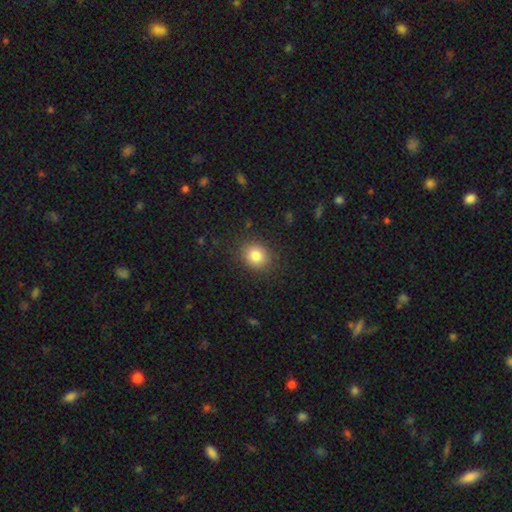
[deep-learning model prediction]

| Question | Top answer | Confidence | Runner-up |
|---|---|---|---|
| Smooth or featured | smooth | 83% | star or artifact (10%) |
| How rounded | round | 71% | in between (28%) |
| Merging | none | 87% | minor disturbance (9%) |